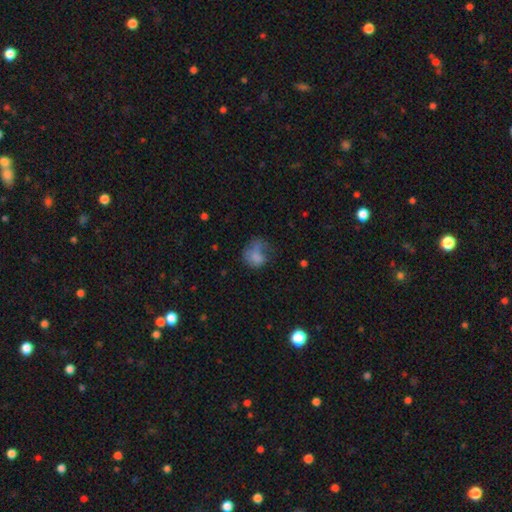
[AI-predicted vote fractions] Morphology: type=smooth (67%); roundness=in between (50%); merging=major disturbance (44%).